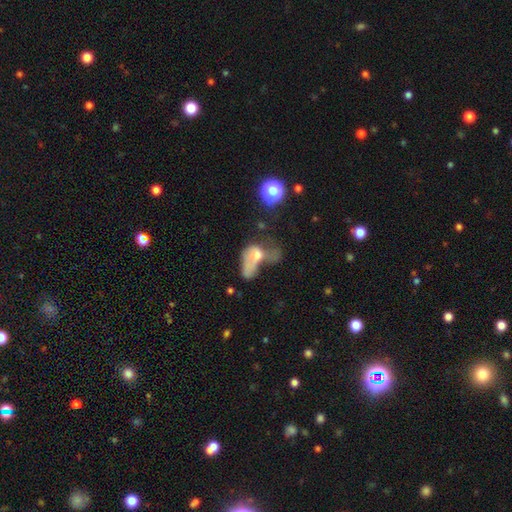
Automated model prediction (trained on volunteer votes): A smooth galaxy with no disk features (48%). Merging: major disturbance (43%).